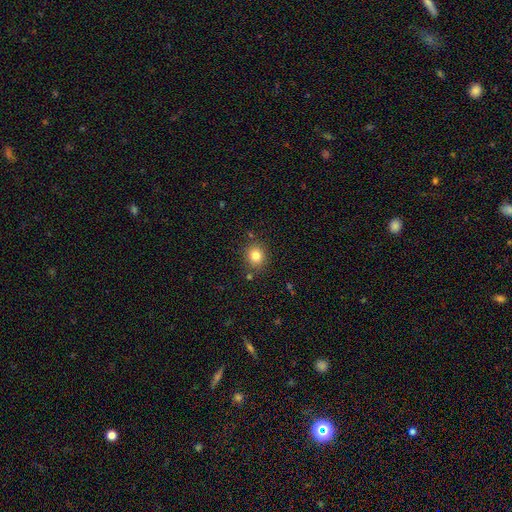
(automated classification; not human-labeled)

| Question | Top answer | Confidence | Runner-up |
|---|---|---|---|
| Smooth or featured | smooth | 82% | star or artifact (11%) |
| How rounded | round | 78% | in between (21%) |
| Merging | none | 83% | minor disturbance (10%) |